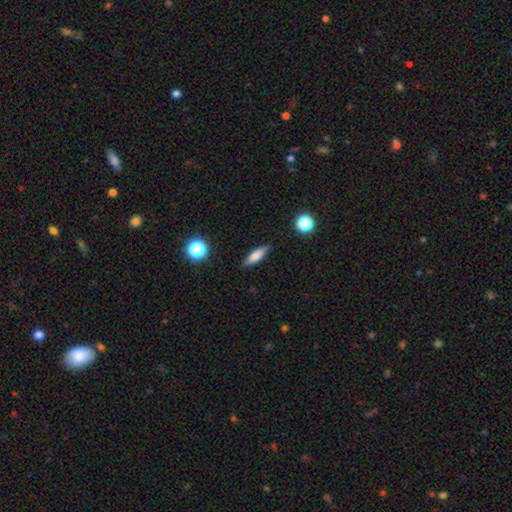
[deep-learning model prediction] smooth_or_featured: smooth (p=0.71) [alt: featured or disk p=0.20]
how_rounded: cigar-shaped (p=0.60) [alt: in between p=0.37]
merging: none (p=0.87) [alt: minor disturbance p=0.10]